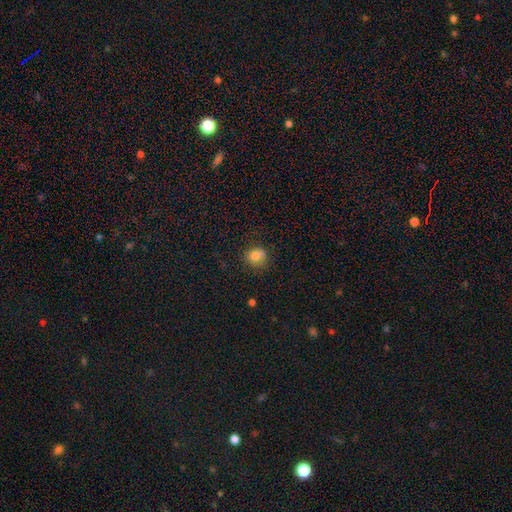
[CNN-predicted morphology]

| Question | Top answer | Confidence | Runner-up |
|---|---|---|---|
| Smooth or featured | smooth | 80% | star or artifact (12%) |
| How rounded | round | 71% | in between (28%) |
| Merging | none | 67% | minor disturbance (22%) |